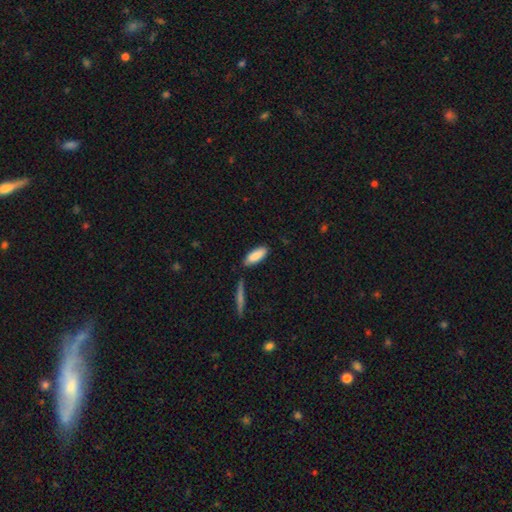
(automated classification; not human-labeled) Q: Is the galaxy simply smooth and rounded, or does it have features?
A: smooth — 87%.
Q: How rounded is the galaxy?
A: in between — 65%.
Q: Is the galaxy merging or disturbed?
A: none — 77%.